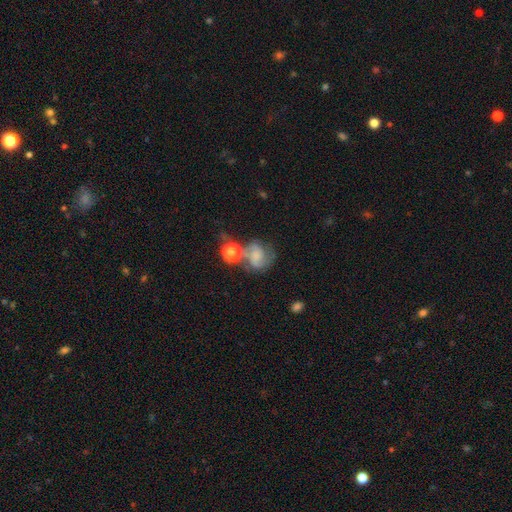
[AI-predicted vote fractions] featured or disk 46%, smooth 41%, star or artifact 12%. Down the decision tree: merging — none (36%).